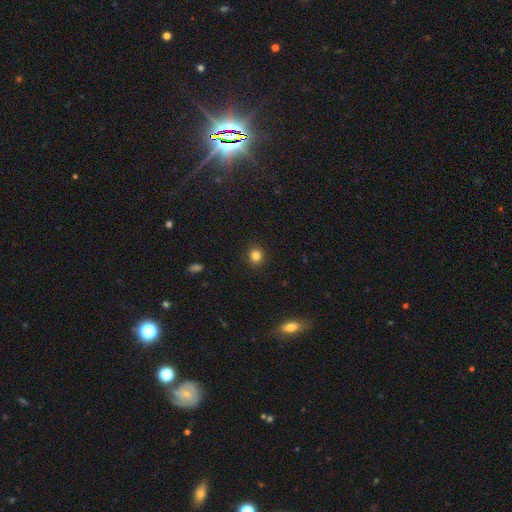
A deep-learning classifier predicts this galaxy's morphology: Smooth or featured? smooth (84%)
How rounded? round (86%)
Merging? none (91%)